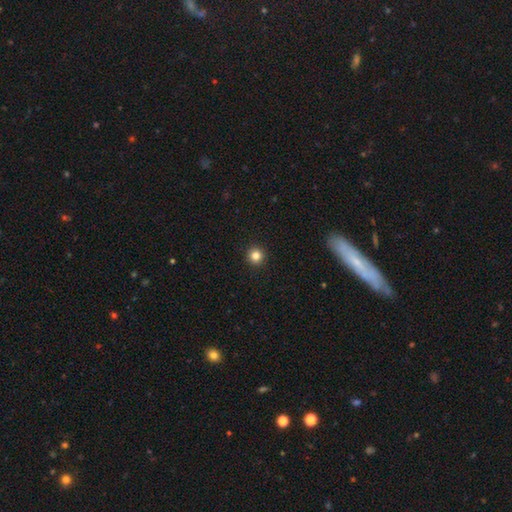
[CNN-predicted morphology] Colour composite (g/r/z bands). It shows a smooth galaxy with no disk features (83%) that is round (95%). Merging: none (94%).